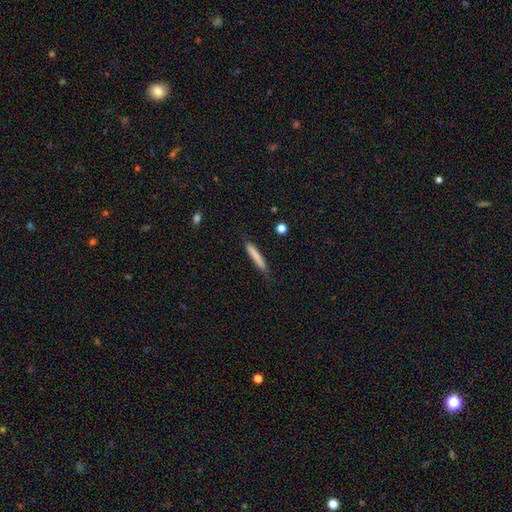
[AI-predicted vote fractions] Morphology: type=smooth (80%); roundness=cigar-shaped (94%); merging=none (80%).